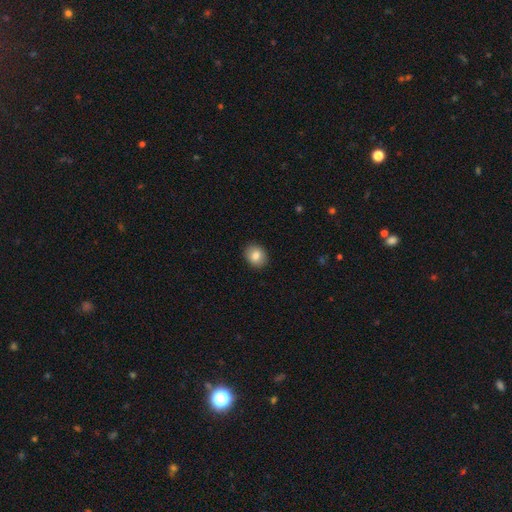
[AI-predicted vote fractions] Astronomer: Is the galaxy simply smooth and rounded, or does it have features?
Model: smooth — 83%.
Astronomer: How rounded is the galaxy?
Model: round — 62% (runner-up: in between, 37%).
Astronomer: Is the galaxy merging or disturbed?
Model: none — 91%.